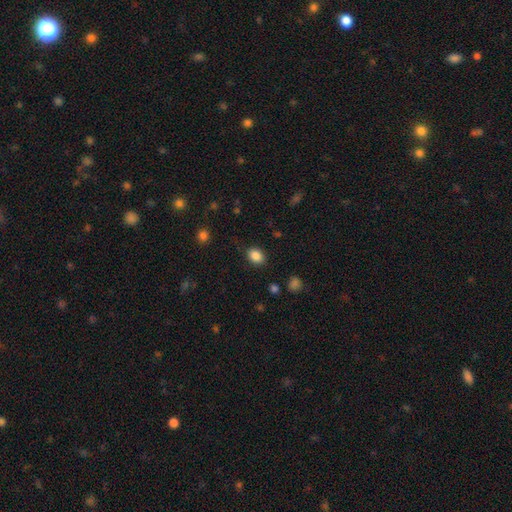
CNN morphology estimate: smooth-or-featured: smooth: 86% | star or artifact: 9% | featured or disk: 5%
  how-rounded: in between: 66% | round: 33% | cigar-shaped: 1%
  merging: none: 84% | minor disturbance: 11% | major disturbance: 3% | merger: 1%